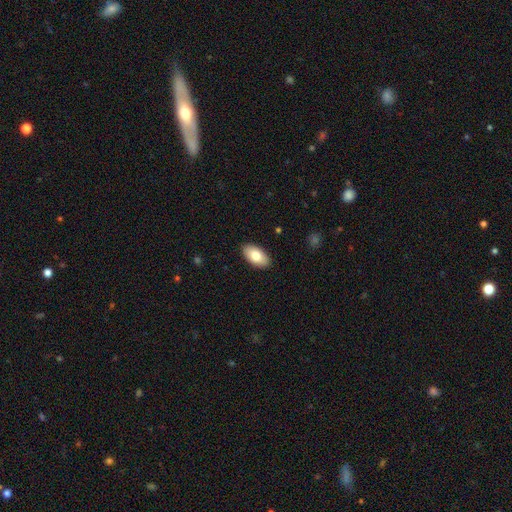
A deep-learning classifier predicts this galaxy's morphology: Smooth or featured? Predicted: smooth (p=0.79). How rounded? Predicted: in between (p=0.95). Merging? Predicted: none (p=0.89).